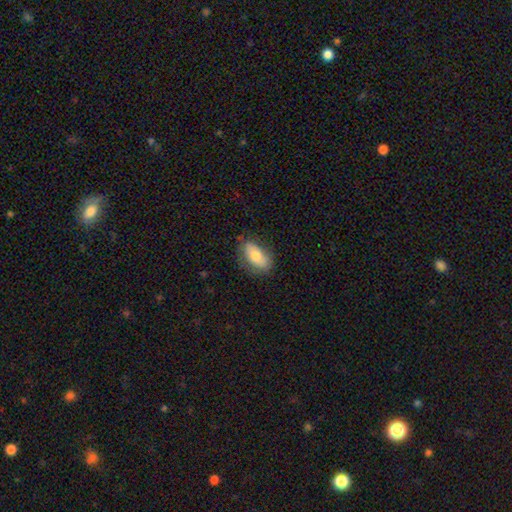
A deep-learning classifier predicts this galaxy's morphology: Overall: smooth (73%). How rounded: in between (90%). Merging: none (74%).